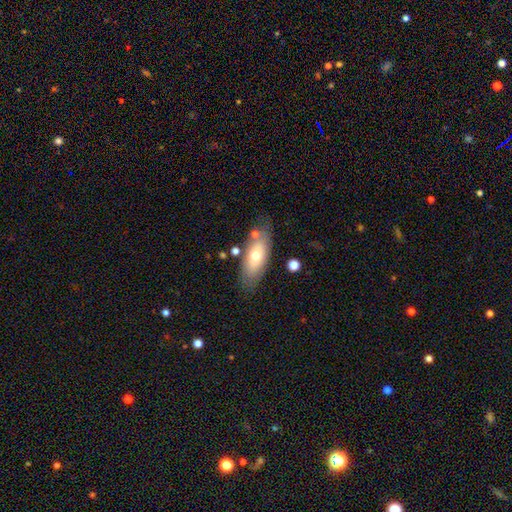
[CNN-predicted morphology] Smooth or featured: smooth — 64% (featured or disk — 29%)
How rounded: in between — 80% (cigar-shaped — 17%)
Merging: none — 74% (minor disturbance — 15%)